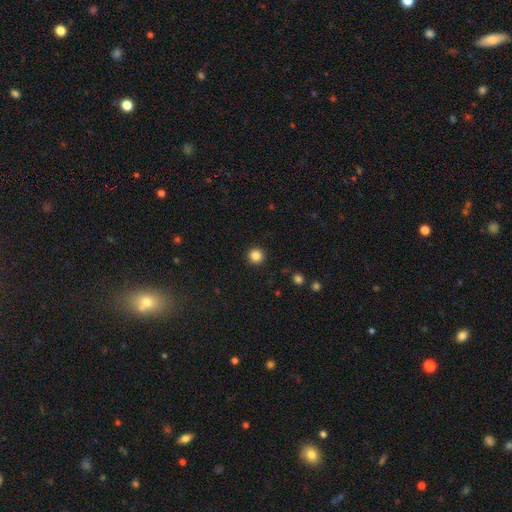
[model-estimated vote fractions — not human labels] This is clearly a smooth galaxy (85%). How rounded: clearly round (95%). Merging: clearly none (93%).